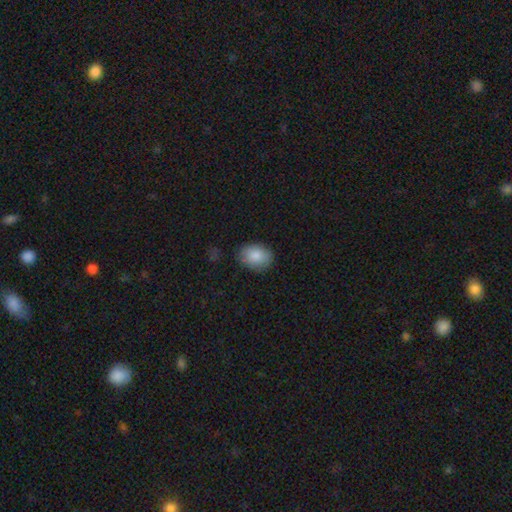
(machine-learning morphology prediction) This appears to be a smooth galaxy with no disk features (86%) that is in between round and cigar-shaped (70%). Merging: none (80%).